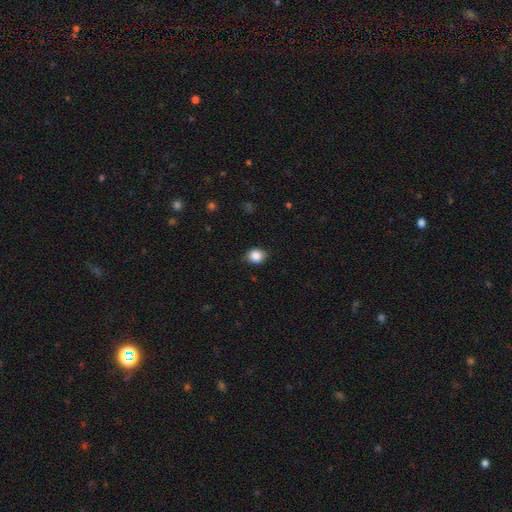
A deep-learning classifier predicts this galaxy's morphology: The model was most divided on "how rounded": round: 67%, in between: 32%, cigar-shaped: 1%. More confident: smooth or featured — smooth (86%); merging — none (80%).